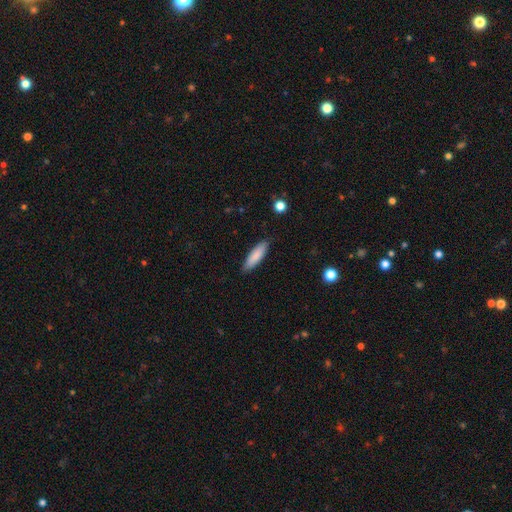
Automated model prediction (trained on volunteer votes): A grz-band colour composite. It shows a smooth galaxy with no disk features (85%) that is cigar-shaped (59%). Merging: none (86%).